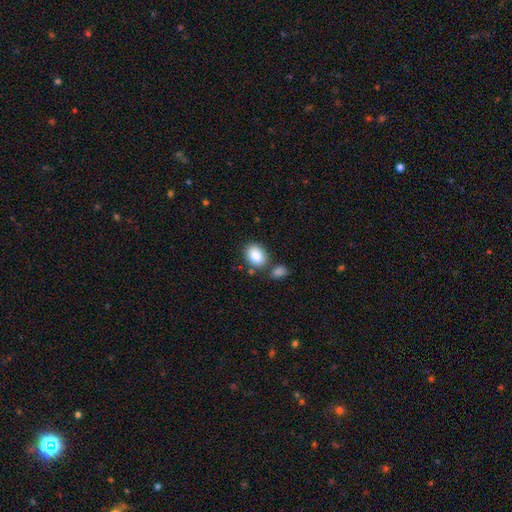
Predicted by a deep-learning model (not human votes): A smooth galaxy with no disk features (86%) that is in between round and cigar-shaped (70%). Merging: none (70%).